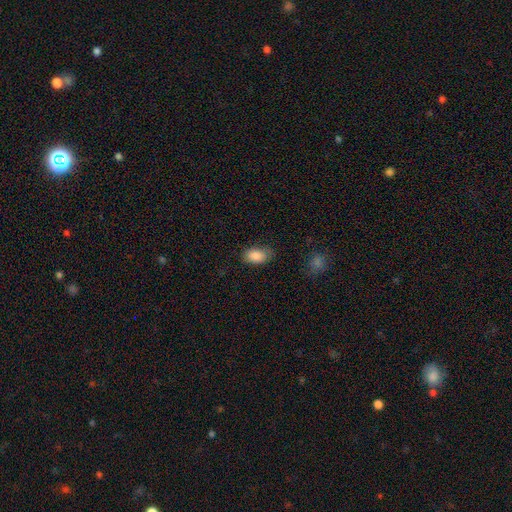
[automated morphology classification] Smooth or featured?
  - smooth: 86% *
  - star or artifact: 7%
  - featured or disk: 7%
How rounded?
  - in between: 91% *
  - round: 7%
  - cigar-shaped: 2%
Merging?
  - none: 72% *
  - minor disturbance: 22%
  - major disturbance: 5%
  - merger: 1%